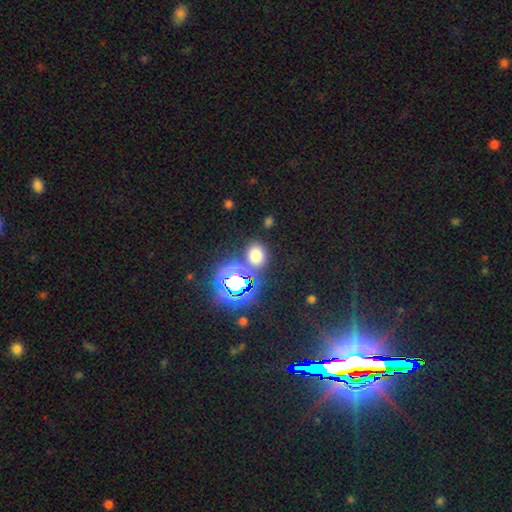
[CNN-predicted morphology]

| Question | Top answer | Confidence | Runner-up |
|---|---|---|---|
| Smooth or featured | smooth | 62% | star or artifact (32%) |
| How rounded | in between | 50% | round (49%) |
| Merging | none | 75% | merger (10%) |